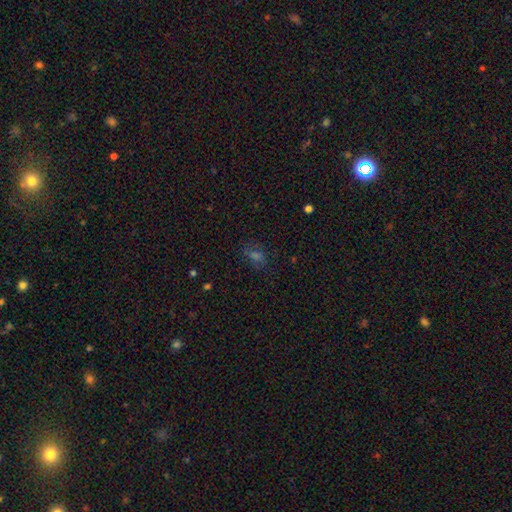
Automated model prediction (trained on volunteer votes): Overall: smooth (45%; star or artifact 37%). Merging: none (73%).